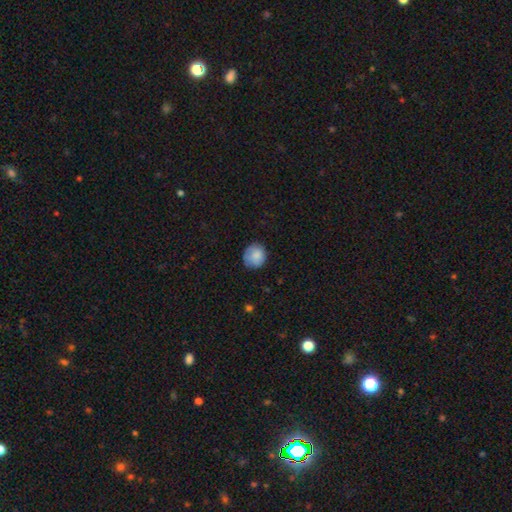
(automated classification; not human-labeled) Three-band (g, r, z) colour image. It shows a smooth galaxy with no disk features (79%) that is round (83%). Merging: none (72%).